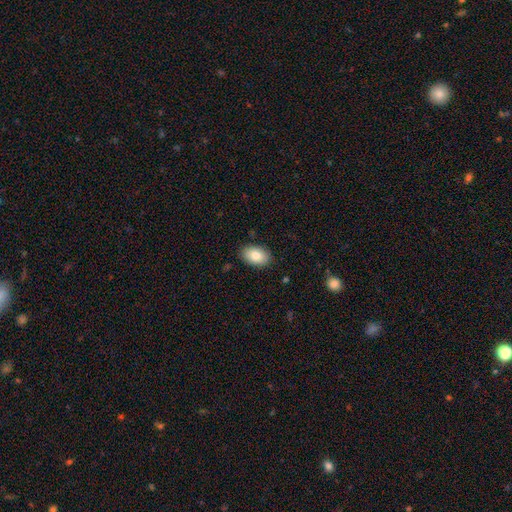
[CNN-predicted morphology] smooth 83%, featured or disk 11%, star or artifact 7%. Down the decision tree: how rounded — in between (91%); merging — none (87%).